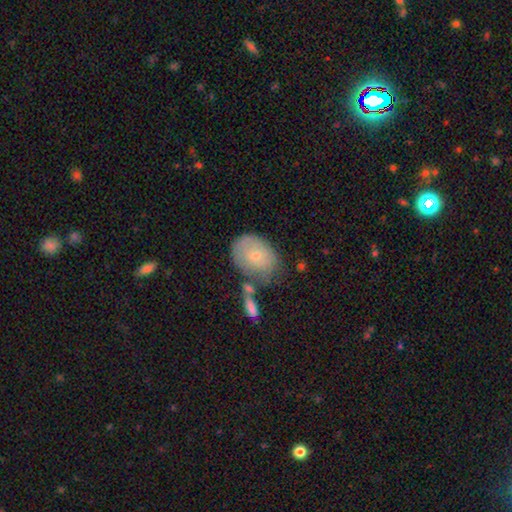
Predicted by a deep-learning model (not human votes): A smooth galaxy with no disk features (66%) that is in between round and cigar-shaped (65%).

Vote fractions:
- Smooth or featured? smooth: 66% / featured or disk: 27% / star or artifact: 7%
- How rounded? in between: 65% / round: 33% / cigar-shaped: 1%
- Merging? none: 49% / minor disturbance: 26% / merger: 16% / major disturbance: 10%